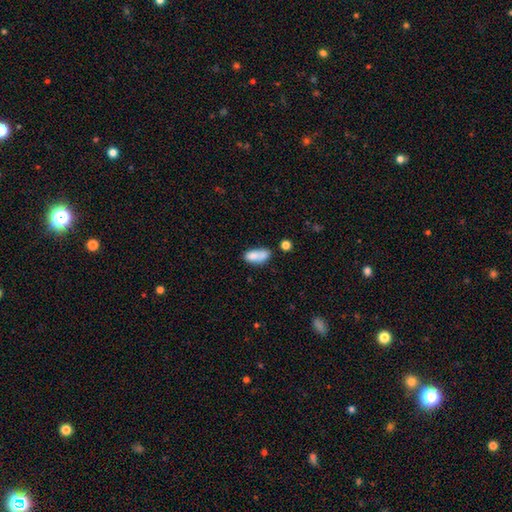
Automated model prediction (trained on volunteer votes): Q: Smooth or featured?
A: smooth (76%); runner-up: featured or disk (16%)
Q: How rounded?
A: in between (84%); runner-up: cigar-shaped (11%)
Q: Merging?
A: none (37%); runner-up: merger (32%)